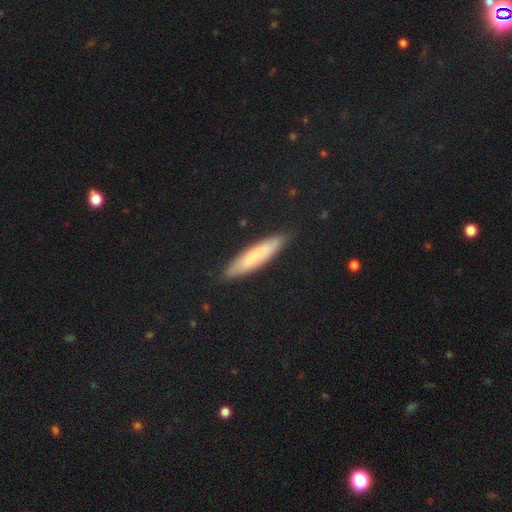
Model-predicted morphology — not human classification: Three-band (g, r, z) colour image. It shows a smooth galaxy with no disk features (65%) that is cigar-shaped (82%). Merging: none (87%).